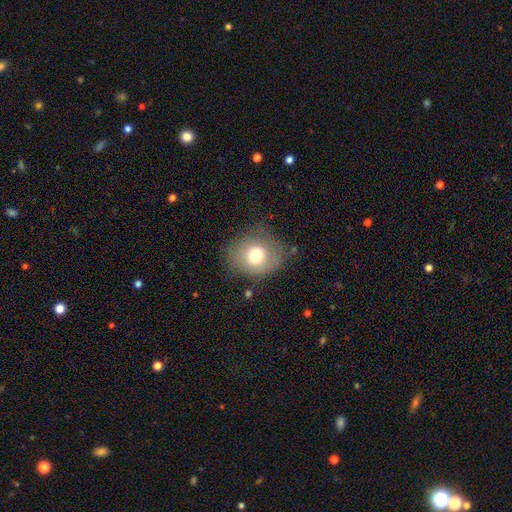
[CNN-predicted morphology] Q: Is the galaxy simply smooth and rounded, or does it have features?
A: smooth — 70%.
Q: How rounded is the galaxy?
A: round — 69%.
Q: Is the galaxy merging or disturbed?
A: none — 69%.